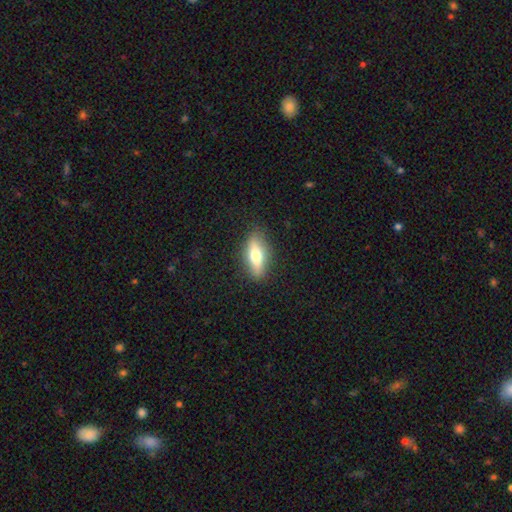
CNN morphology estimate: The model was most divided on "smooth or featured": smooth: 53%, featured or disk: 40%, star or artifact: 7%. More confident: merging — none (86%); how rounded — in between (60%).